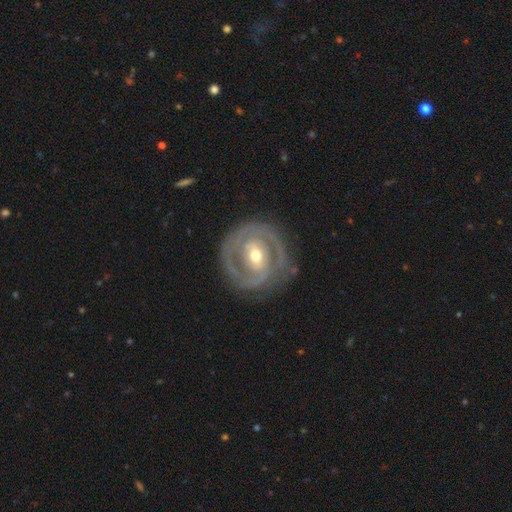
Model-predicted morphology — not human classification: Smooth or featured? Predicted: featured or disk (p=0.83). Edge-on disk? Predicted: no (p=0.97). Bar? Predicted: weak (p=0.41). Spiral arms? Predicted: yes (p=0.81). Spiral winding? Predicted: tight (p=0.64). Spiral arm count? Predicted: 2 (p=0.61). Bulge size? Predicted: moderate (p=0.64). Merging? Predicted: none (p=0.76).